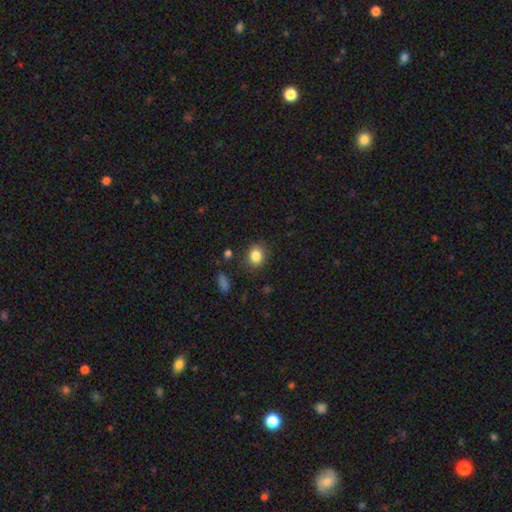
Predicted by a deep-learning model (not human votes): The model was most divided on "how rounded": round: 58%, in between: 41%, cigar-shaped: 1%. More confident: smooth or featured — smooth (85%); merging — none (83%).